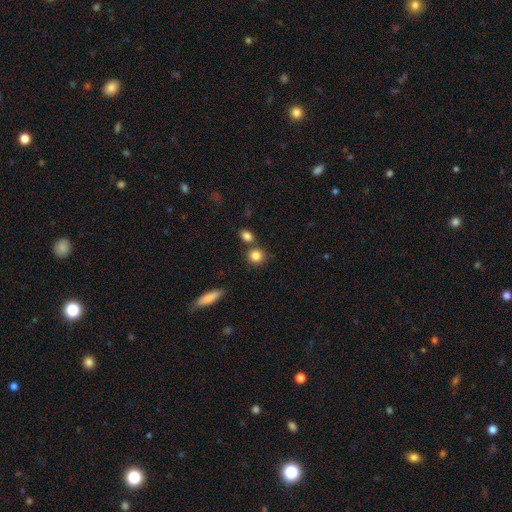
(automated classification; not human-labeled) Smooth or featured: smooth — 85% (star or artifact — 9%)
How rounded: round — 82% (in between — 16%)
Merging: none — 71% (merger — 17%)